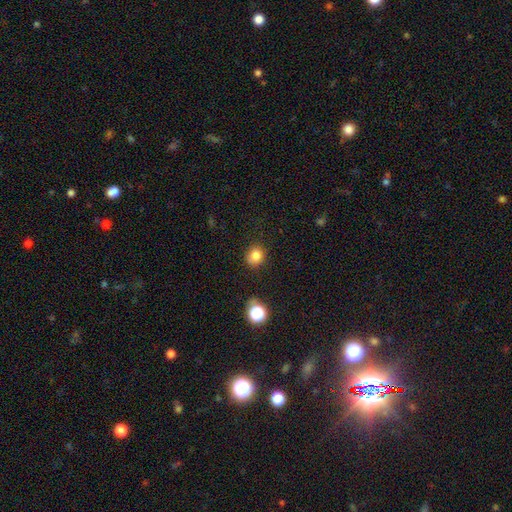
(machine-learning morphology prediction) This is clearly a smooth galaxy (82%). How rounded: likely round (75%). Merging: clearly none (84%).